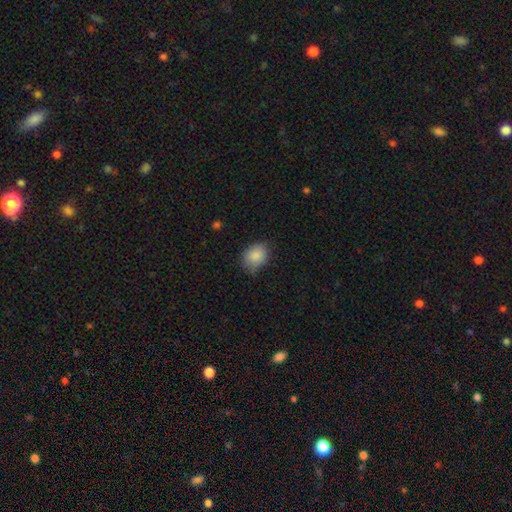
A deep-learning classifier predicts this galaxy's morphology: Smooth or featured? Predicted: smooth (p=0.87). How rounded? Predicted: in between (p=0.64). Merging? Predicted: none (p=0.69).